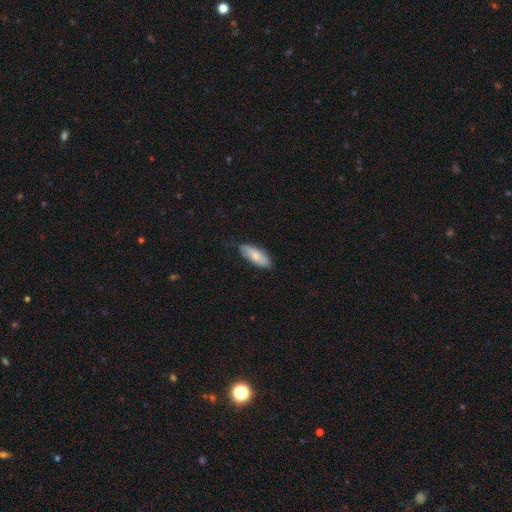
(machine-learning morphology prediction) Q: Smooth or featured?
A: smooth (71%); runner-up: featured or disk (23%)
Q: How rounded?
A: in between (75%); runner-up: cigar-shaped (23%)
Q: Merging?
A: none (75%); runner-up: minor disturbance (21%)